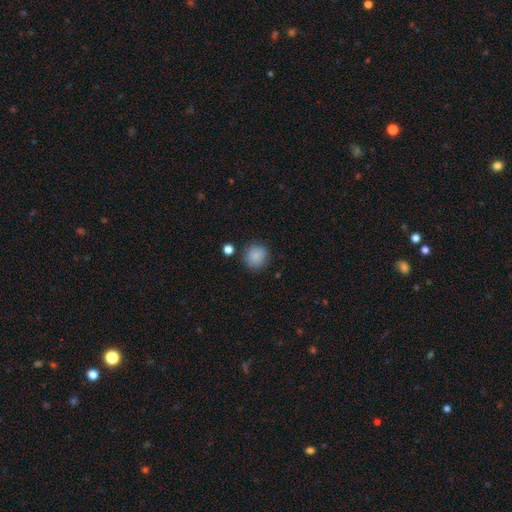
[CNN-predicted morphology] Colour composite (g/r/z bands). It shows a smooth galaxy with no disk features (86%) that is round (86%). Merging: none (81%).